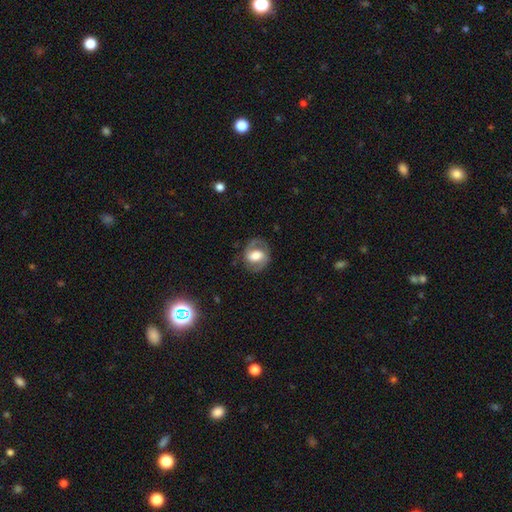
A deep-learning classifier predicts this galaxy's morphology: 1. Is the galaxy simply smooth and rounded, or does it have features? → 64% featured or disk, 29% smooth, 7% star or artifact.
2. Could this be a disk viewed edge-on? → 97% no, 3% yes.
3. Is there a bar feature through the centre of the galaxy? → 40% weak, 34% no, 26% strong.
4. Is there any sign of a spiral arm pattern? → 81% yes, 19% no.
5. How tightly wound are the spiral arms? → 50% medium, 30% tight, 21% loose.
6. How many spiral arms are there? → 86% 2, 6% can't tell, 4% 1, 1% 3, 1% 4, 1% more than 4.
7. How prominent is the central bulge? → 43% moderate, 41% large, 9% small, 5% dominant, 3% none.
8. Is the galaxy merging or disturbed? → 75% none, 15% minor disturbance, 8% major disturbance, 1% merger.